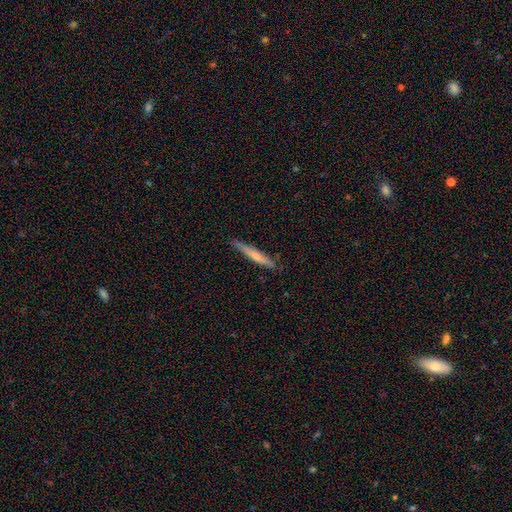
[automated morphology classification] A smooth galaxy with no disk features (61%) that is cigar-shaped (95%).

Vote fractions:
- Smooth or featured? smooth: 61% / featured or disk: 33% / star or artifact: 6%
- How rounded? cigar-shaped: 95% / in between: 4% / round: 1%
- Merging? none: 82% / minor disturbance: 14% / major disturbance: 2% / merger: 1%